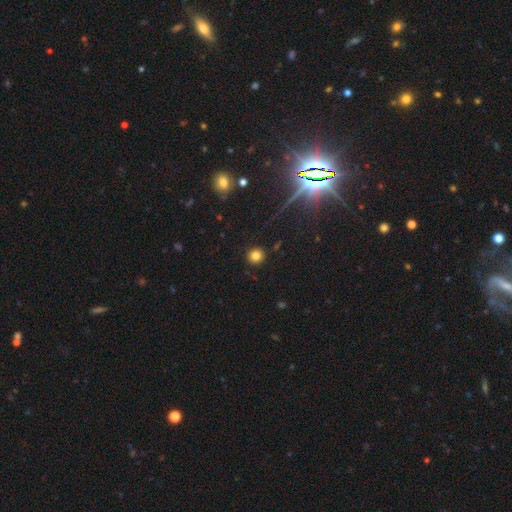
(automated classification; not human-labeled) This appears to be a smooth galaxy with no disk features (79%) that is round (93%). Merging: none (91%).